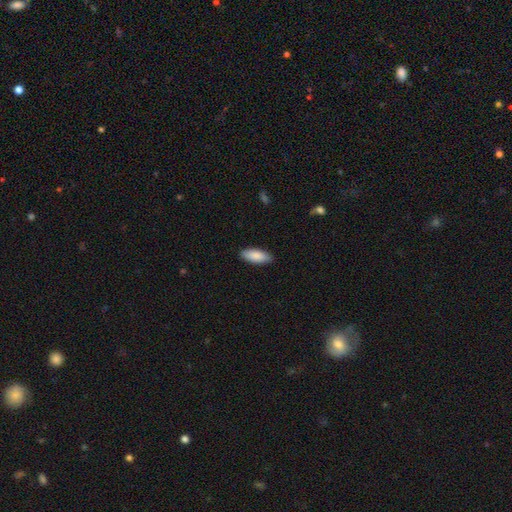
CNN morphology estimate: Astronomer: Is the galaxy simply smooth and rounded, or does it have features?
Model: smooth — 88%.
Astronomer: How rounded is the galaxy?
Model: in between — 80%.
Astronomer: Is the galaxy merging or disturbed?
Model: none — 89%.